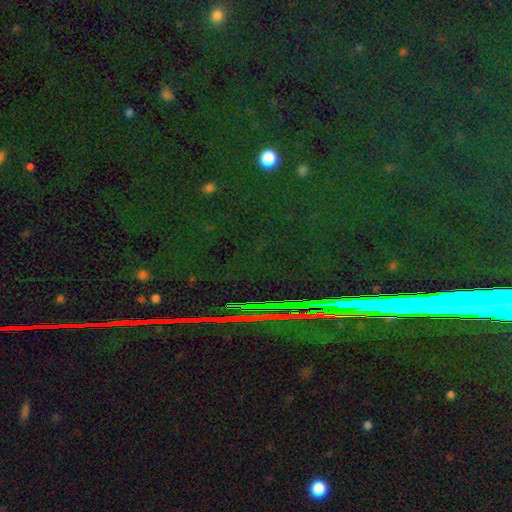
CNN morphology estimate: Smooth or featured: star or artifact — 83% (smooth — 9%)